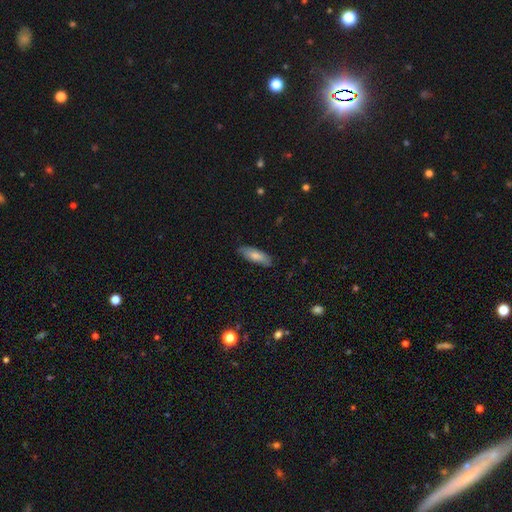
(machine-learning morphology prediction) Smooth or featured?
  - smooth: 77% *
  - featured or disk: 18%
  - star or artifact: 6%
How rounded?
  - in between: 58% *
  - cigar-shaped: 40%
  - round: 2%
Merging?
  - none: 81% *
  - minor disturbance: 15%
  - major disturbance: 3%
  - merger: 1%